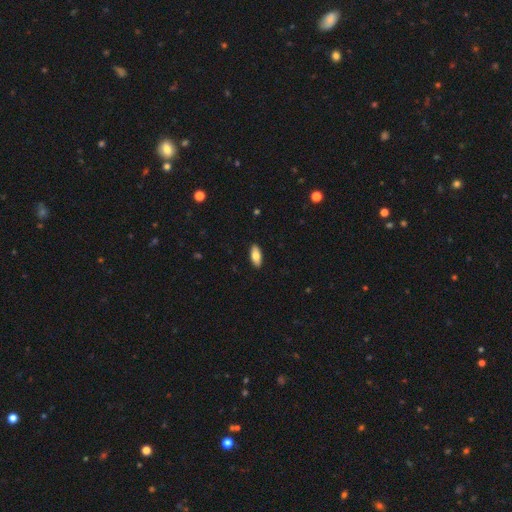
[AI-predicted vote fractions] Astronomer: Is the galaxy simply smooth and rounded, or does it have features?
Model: smooth — 78%.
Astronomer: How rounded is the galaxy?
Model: in between — 84%.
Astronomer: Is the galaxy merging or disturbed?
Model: none — 90%.